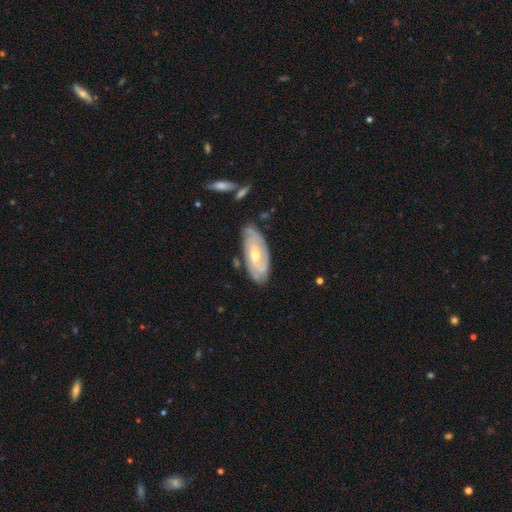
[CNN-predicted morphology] This appears to be a featured or disk galaxy (76%) with no bar (51%), 2 (38%) tight (62%) spiral arms (89%) and a small central bulge (53%). Merging: none (75%).